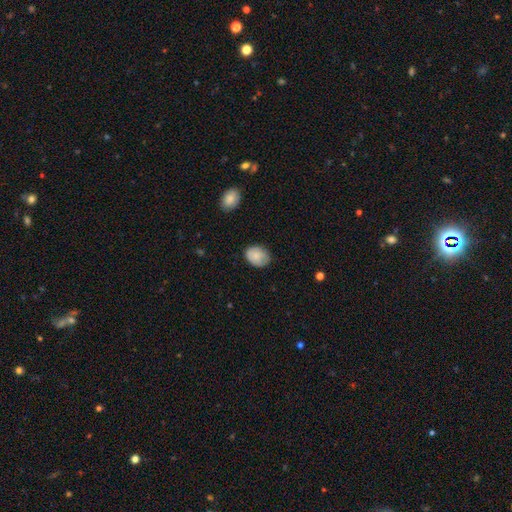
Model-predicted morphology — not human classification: Q: Smooth or featured?
A: smooth (83%); runner-up: featured or disk (10%)
Q: How rounded?
A: in between (65%); runner-up: round (35%)
Q: Merging?
A: none (75%); runner-up: minor disturbance (21%)